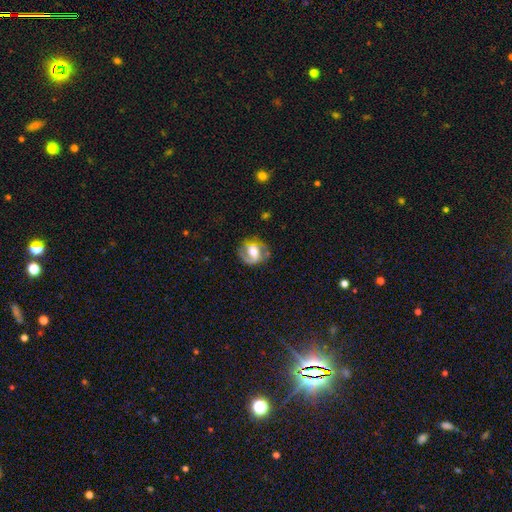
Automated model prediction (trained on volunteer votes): smooth_or_featured: featured or disk (p=0.62) [alt: smooth p=0.31]
disk_edge_on: no (p=0.96) [alt: yes p=0.04]
bar: weak (p=0.39) [alt: no p=0.35]
has_spiral_arms: yes (p=0.72) [alt: no p=0.28]
bulge_size: moderate (p=0.66) [alt: large p=0.22]
merging: none (p=0.67) [alt: minor disturbance p=0.21]